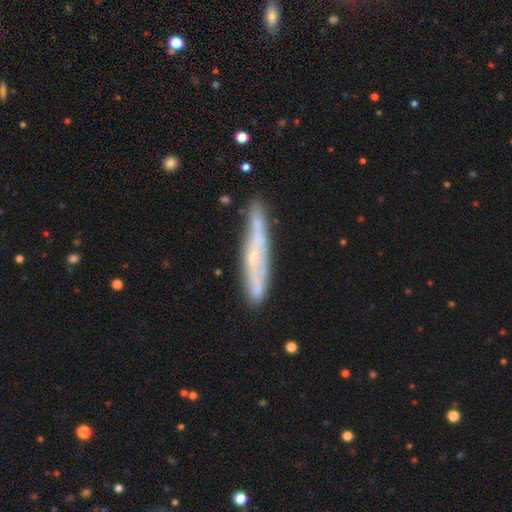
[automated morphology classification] Smooth or featured?
  - featured or disk: 63% *
  - smooth: 30%
  - star or artifact: 7%
Edge-on disk?
  - yes: 68% *
  - no: 32%
Merging?
  - none: 75% *
  - minor disturbance: 18%
  - major disturbance: 4%
  - merger: 3%